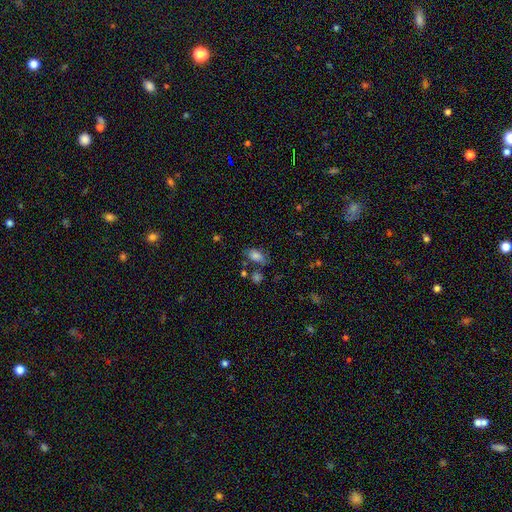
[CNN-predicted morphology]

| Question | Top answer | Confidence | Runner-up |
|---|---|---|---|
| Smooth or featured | smooth | 81% | star or artifact (10%) |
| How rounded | in between | 88% | round (8%) |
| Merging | none | 62% | minor disturbance (21%) |